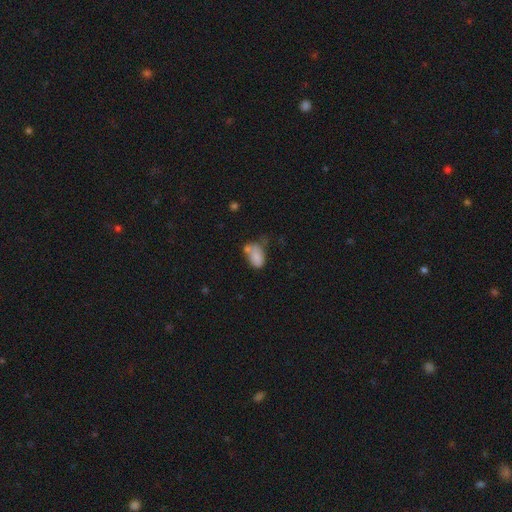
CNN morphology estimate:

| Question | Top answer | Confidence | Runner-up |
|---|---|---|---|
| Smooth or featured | smooth | 78% | featured or disk (13%) |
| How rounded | in between | 88% | round (10%) |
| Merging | merger | 33% | none (30%) |